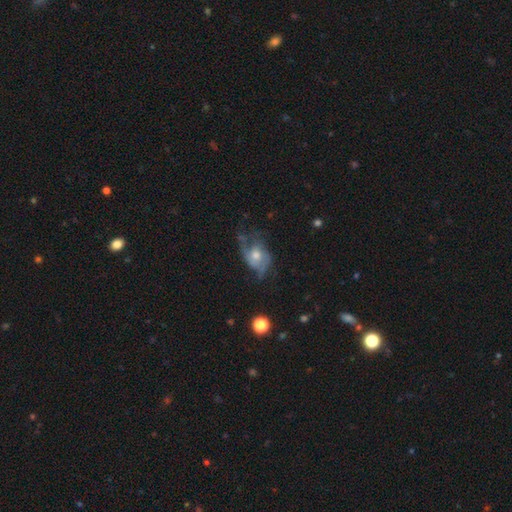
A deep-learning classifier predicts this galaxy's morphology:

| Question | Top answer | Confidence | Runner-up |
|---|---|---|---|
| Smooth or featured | featured or disk | 70% | smooth (20%) |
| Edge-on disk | no | 95% | yes (5%) |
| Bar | no | 73% | weak (23%) |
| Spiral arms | yes | 83% | no (17%) |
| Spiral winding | medium | 42% | loose (39%) |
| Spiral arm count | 2 | 53% | can't tell (21%) |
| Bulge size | moderate | 62% | small (28%) |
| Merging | none | 47% | minor disturbance (26%) |